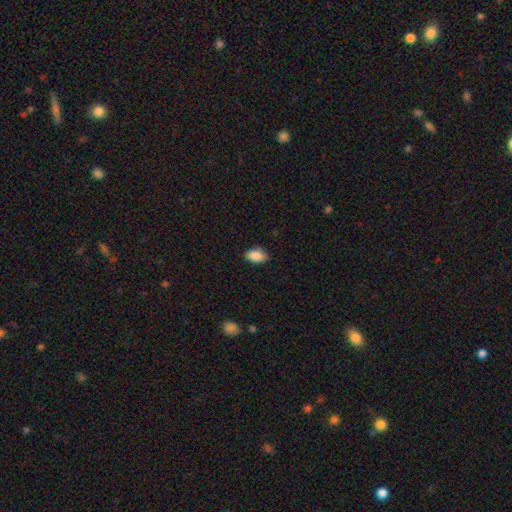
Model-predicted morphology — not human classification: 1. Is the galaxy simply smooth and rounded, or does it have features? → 87% smooth, 7% star or artifact, 5% featured or disk.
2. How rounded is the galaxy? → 90% in between, 8% round, 2% cigar-shaped.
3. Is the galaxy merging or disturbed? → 79% none, 17% minor disturbance, 3% major disturbance, 1% merger.